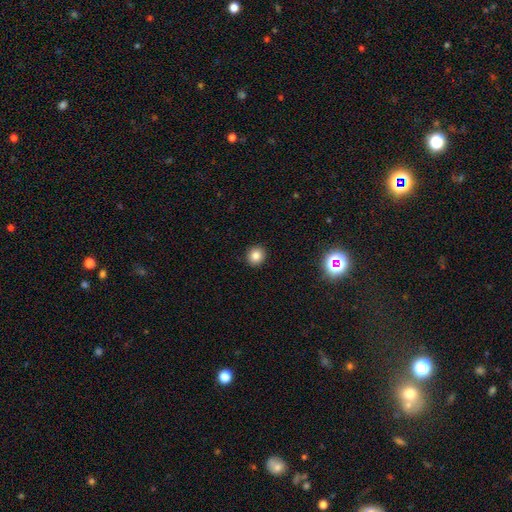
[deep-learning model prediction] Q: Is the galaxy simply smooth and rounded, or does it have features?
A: smooth — 82%.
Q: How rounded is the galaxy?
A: round — 89%.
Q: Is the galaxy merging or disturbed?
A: none — 92%.